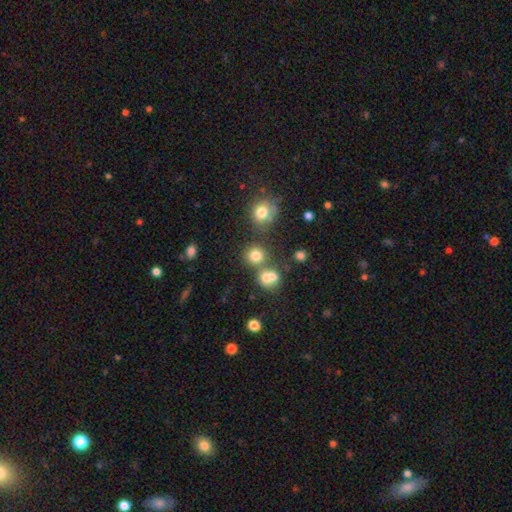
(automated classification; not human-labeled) Smooth or featured? smooth (76%)
How rounded? round (87%)
Merging? none (63%)